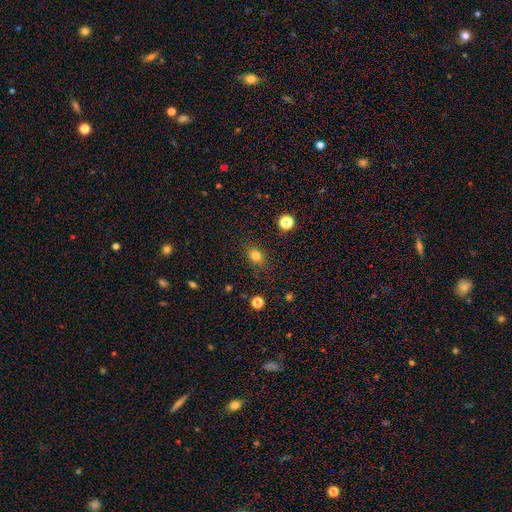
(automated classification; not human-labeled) A smooth galaxy with no disk features (79%) that is in between round and cigar-shaped (51%).

Vote fractions:
- Smooth or featured? smooth: 79% / star or artifact: 14% / featured or disk: 7%
- How rounded? in between: 51% / round: 48% / cigar-shaped: 1%
- Merging? none: 82% / minor disturbance: 12% / major disturbance: 4% / merger: 2%